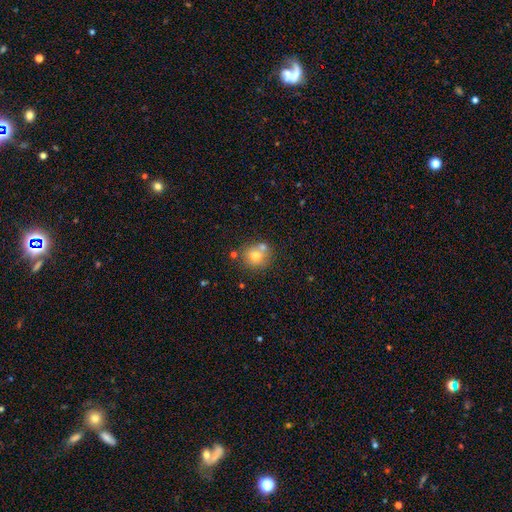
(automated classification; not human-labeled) The model was most divided on "merging": none: 57%, merger: 28%, minor disturbance: 11%, major disturbance: 4%. More confident: how rounded — round (84%); smooth or featured — smooth (71%).